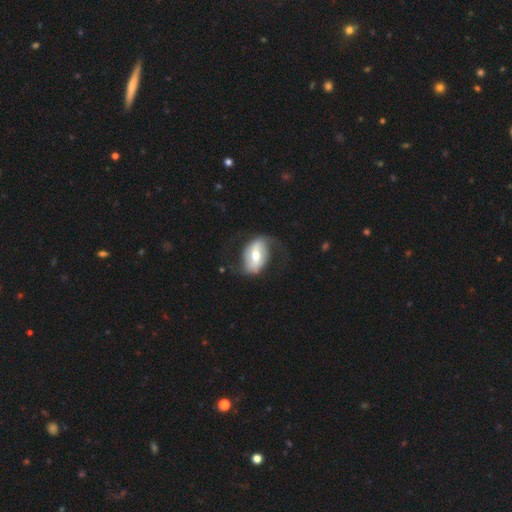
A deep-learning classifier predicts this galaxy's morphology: A featured or disk galaxy (61%) with a strong bar (44%), spiral arms (76%) and a moderate central bulge (67%). Merging: none (54%).